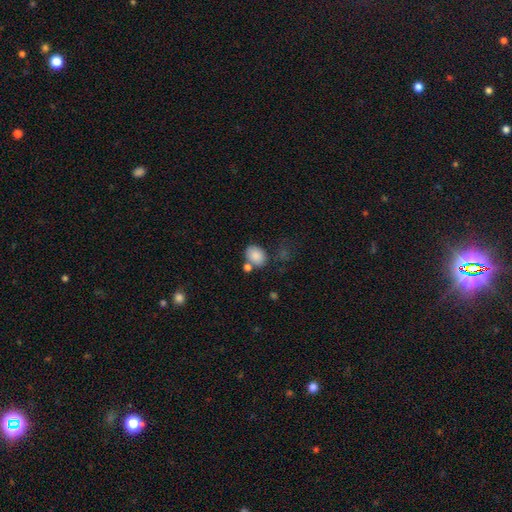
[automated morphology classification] smooth-or-featured: smooth: 85% | star or artifact: 9% | featured or disk: 6%
  how-rounded: in between: 61% | round: 38% | cigar-shaped: 1%
  merging: none: 60% | merger: 19% | minor disturbance: 15% | major disturbance: 6%